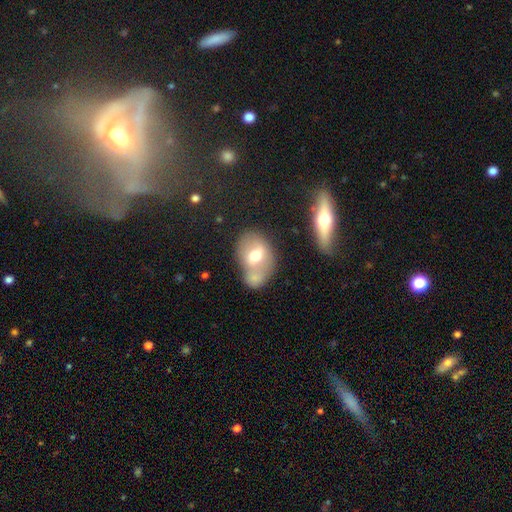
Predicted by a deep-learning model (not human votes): smooth 59%, featured or disk 33%, star or artifact 8%. Down the decision tree: how rounded — in between (70%); merging — merger (43%).